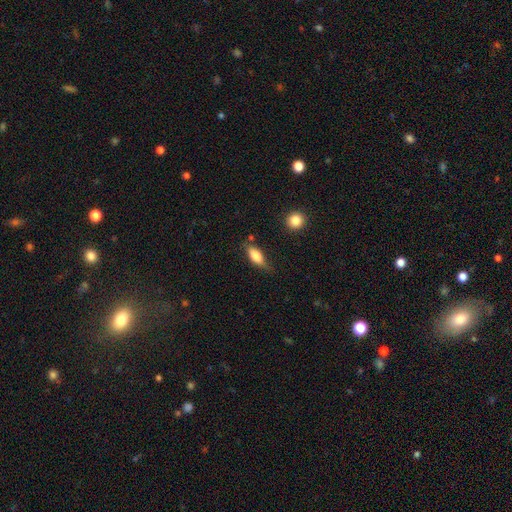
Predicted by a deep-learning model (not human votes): Morphology: type=smooth (75%); roundness=in between (74%); merging=none (62%).